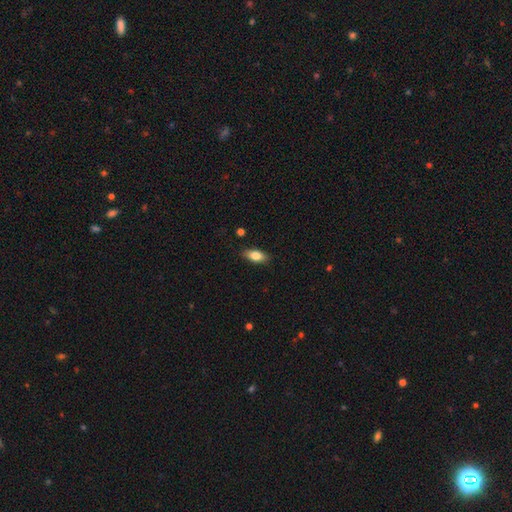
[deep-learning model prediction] smooth_or_featured: smooth (p=0.80) [alt: featured or disk p=0.13]
how_rounded: in between (p=0.86) [alt: cigar-shaped p=0.10]
merging: none (p=0.86) [alt: minor disturbance p=0.10]